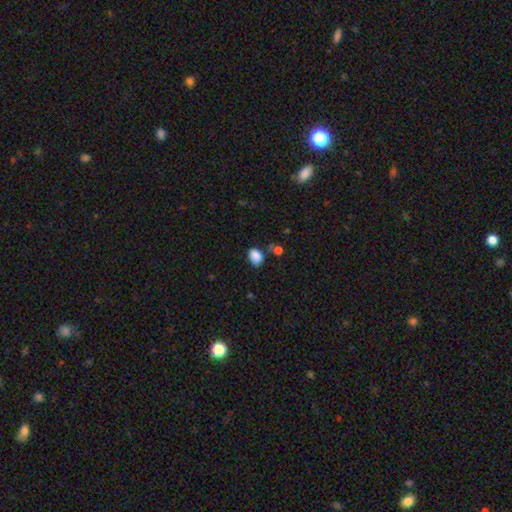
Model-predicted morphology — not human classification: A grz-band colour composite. It shows a smooth galaxy with no disk features (86%) that is in between round and cigar-shaped (74%). Merging: none (66%).